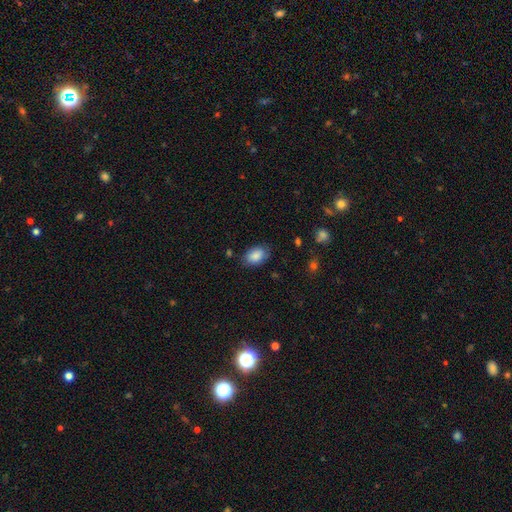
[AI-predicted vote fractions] This is clearly a smooth galaxy (86%). How rounded: clearly in between (88%). Merging: likely none (78%).